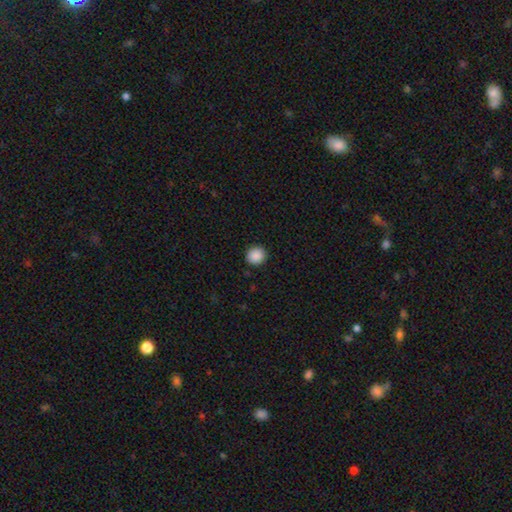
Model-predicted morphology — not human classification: Smooth or featured? smooth (89%)
How rounded? round (88%)
Merging? none (92%)